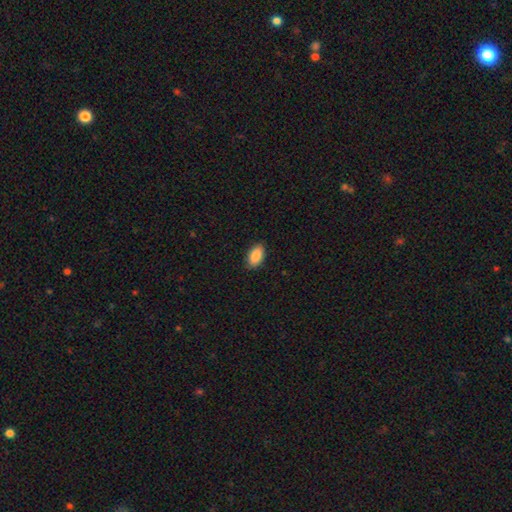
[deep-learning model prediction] Q: Smooth or featured?
A: smooth (89%); runner-up: star or artifact (7%)
Q: How rounded?
A: in between (94%); runner-up: round (4%)
Q: Merging?
A: none (88%); runner-up: minor disturbance (9%)